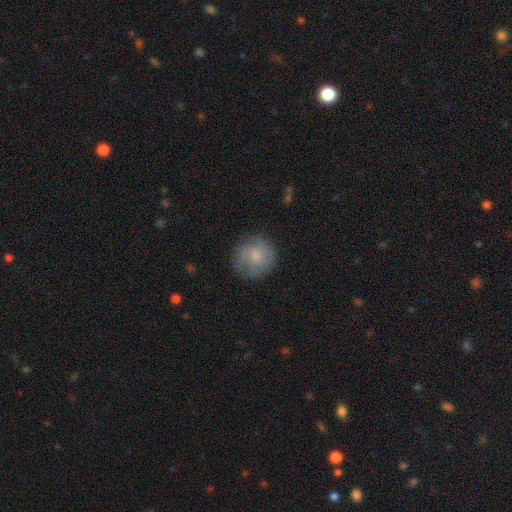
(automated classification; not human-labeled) A smooth galaxy with no disk features (66%) that is round (89%).

Vote fractions:
- Smooth or featured? smooth: 66% / featured or disk: 27% / star or artifact: 8%
- How rounded? round: 89% / in between: 10% / cigar-shaped: 1%
- Merging? none: 72% / minor disturbance: 19% / major disturbance: 8% / merger: 1%